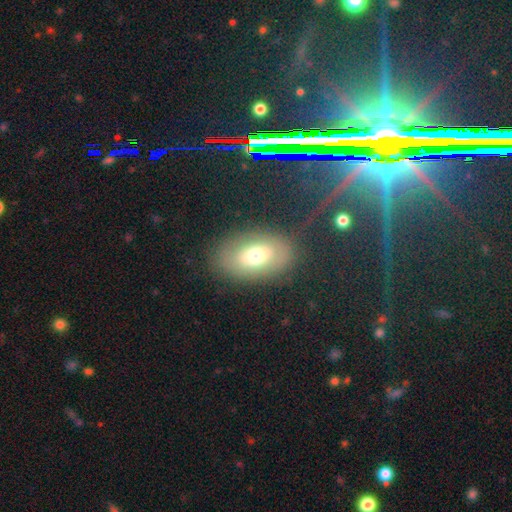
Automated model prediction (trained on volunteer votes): Smooth or featured? smooth (55%)
How rounded? in between (87%)
Merging? none (80%)